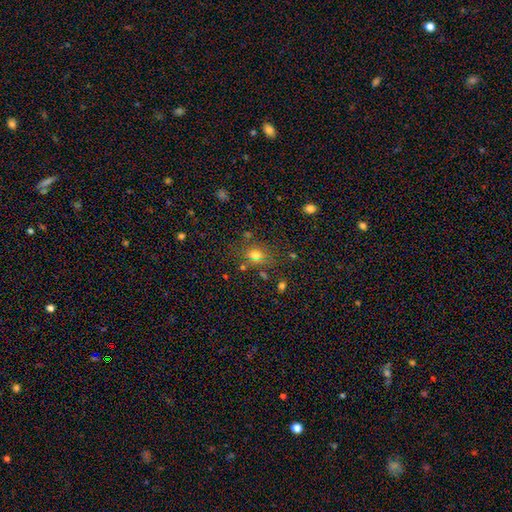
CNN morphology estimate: Overall: smooth (72%). How rounded: round (54%; in between 44%). Merging: none (70%).